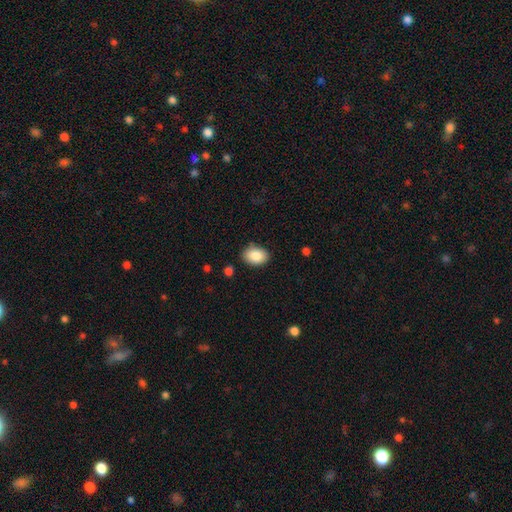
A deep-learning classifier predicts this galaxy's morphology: Smooth or featured? Predicted: smooth (p=0.86). How rounded? Predicted: in between (p=0.81). Merging? Predicted: none (p=0.84).